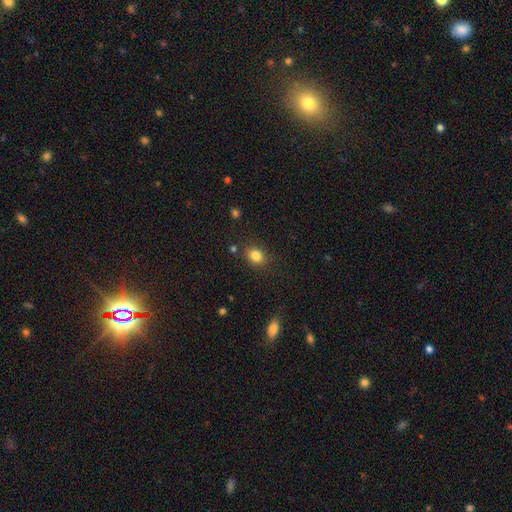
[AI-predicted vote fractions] Smooth or featured: smooth — 83% (star or artifact — 11%)
How rounded: round — 51% (in between — 48%)
Merging: none — 82% (minor disturbance — 12%)